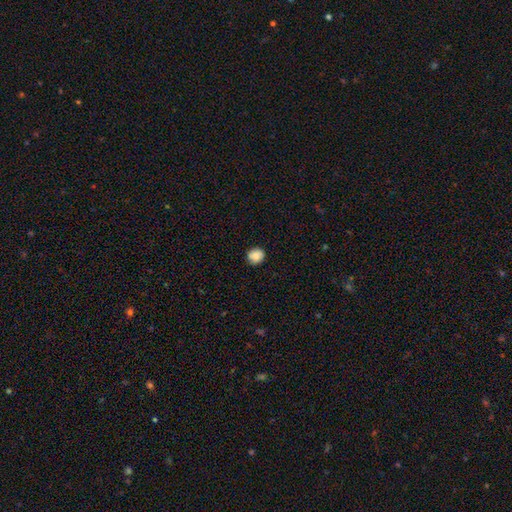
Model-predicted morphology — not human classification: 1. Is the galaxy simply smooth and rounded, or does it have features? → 85% smooth, 9% star or artifact, 6% featured or disk.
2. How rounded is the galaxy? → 79% round, 20% in between, 1% cigar-shaped.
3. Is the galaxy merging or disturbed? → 83% none, 13% minor disturbance, 2% major disturbance, 1% merger.